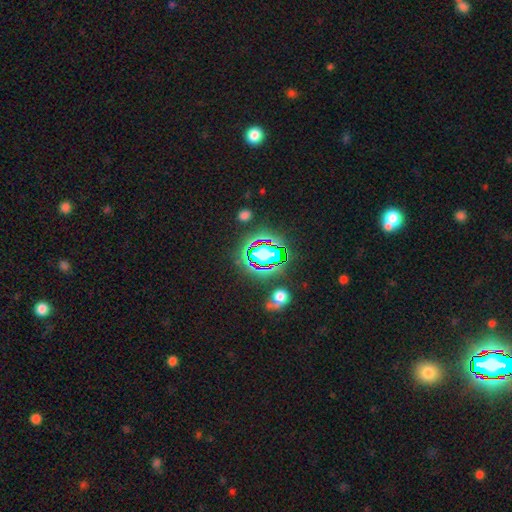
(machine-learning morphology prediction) Smooth or featured? star or artifact (79%)